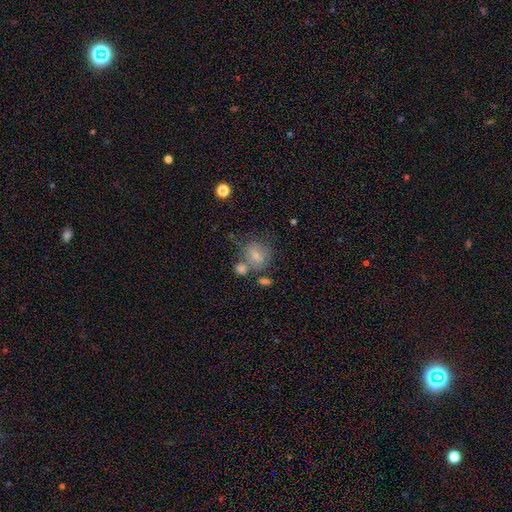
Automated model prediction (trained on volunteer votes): The model was most divided on "merging": none: 47%, merger: 28%, minor disturbance: 16%, major disturbance: 9%. More confident: how rounded — round (71%); smooth or featured — smooth (60%).